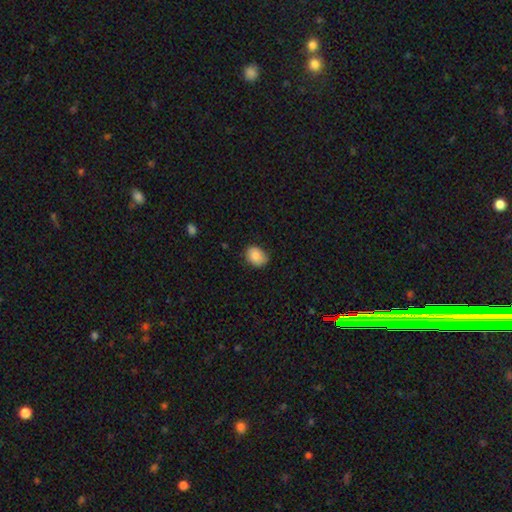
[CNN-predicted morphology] Smooth or featured? Predicted: smooth (p=0.86). How rounded? Predicted: in between (p=0.59). Merging? Predicted: none (p=0.76).